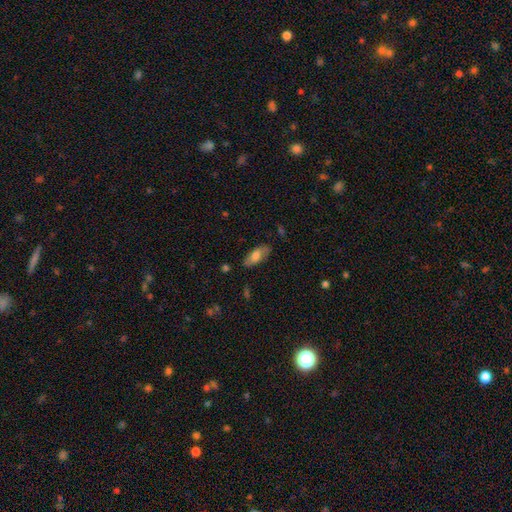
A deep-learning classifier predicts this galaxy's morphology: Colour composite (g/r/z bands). It shows a smooth galaxy with no disk features (68%) that is in between round and cigar-shaped (82%). Merging: none (77%).